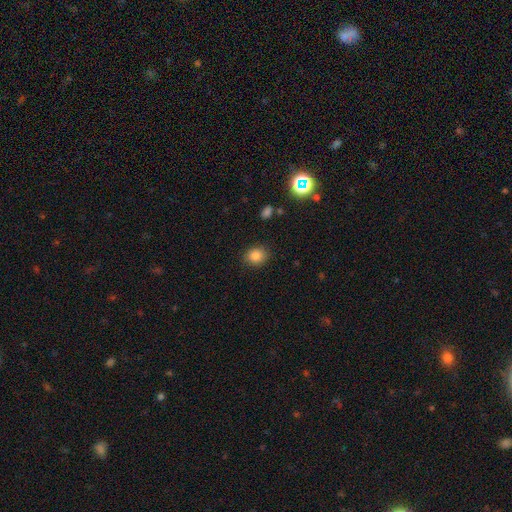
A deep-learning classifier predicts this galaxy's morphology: smooth 84%, star or artifact 11%, featured or disk 5%. Down the decision tree: how rounded — round (65%); merging — none (87%).